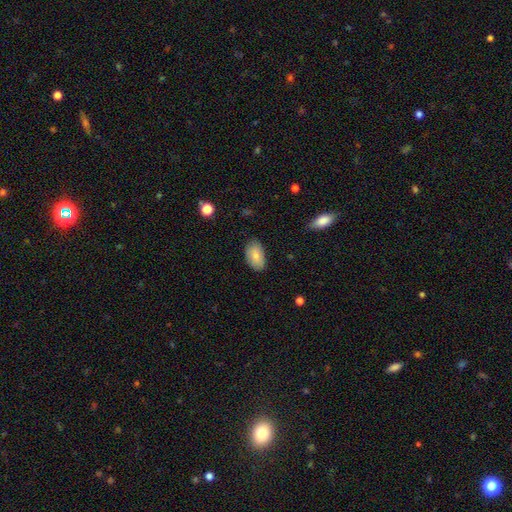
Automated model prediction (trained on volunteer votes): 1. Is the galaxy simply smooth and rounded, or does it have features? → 82% smooth, 12% featured or disk, 7% star or artifact.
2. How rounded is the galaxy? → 94% in between, 5% round, 1% cigar-shaped.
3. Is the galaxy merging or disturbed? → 82% none, 15% minor disturbance, 3% major disturbance, 1% merger.